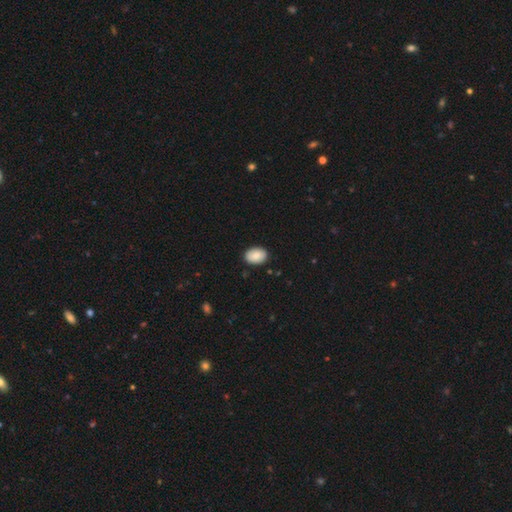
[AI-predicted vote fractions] The model was most divided on "how rounded": in between: 82%, round: 17%, cigar-shaped: 1%. More confident: merging — none (89%); smooth or featured — smooth (87%).